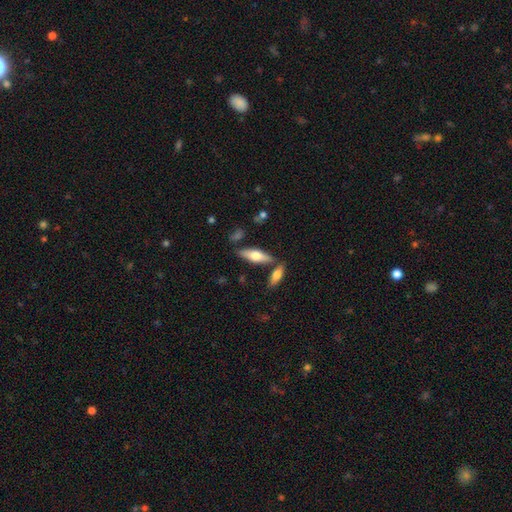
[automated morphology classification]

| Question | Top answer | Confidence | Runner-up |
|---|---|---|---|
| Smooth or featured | smooth | 54% | featured or disk (40%) |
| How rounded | in between | 50% | cigar-shaped (48%) |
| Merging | none | 75% | merger (12%) |